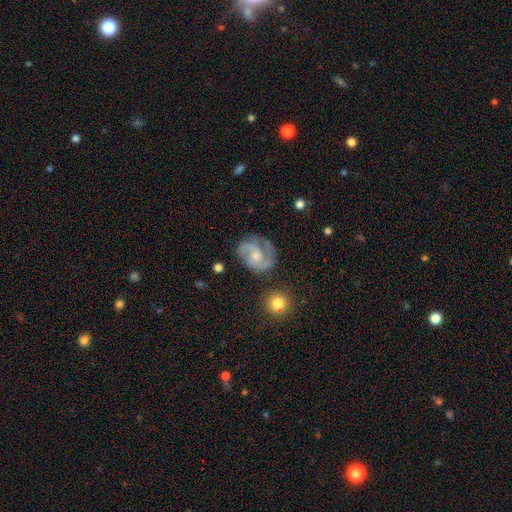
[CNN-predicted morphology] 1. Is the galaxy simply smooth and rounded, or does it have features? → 84% featured or disk, 10% smooth, 6% star or artifact.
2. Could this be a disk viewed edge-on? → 98% no, 2% yes.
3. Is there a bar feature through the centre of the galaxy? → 60% no, 34% weak, 6% strong.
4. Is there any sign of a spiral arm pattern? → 96% yes, 4% no.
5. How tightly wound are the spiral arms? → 55% medium, 27% tight, 17% loose.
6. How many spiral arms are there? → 83% 2, 6% 3, 6% can't tell, 3% 1, 2% 4, 1% more than 4.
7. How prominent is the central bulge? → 48% moderate, 43% small, 5% none, 3% large, 1% dominant.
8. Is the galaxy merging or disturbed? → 71% none, 18% minor disturbance, 8% major disturbance, 2% merger.